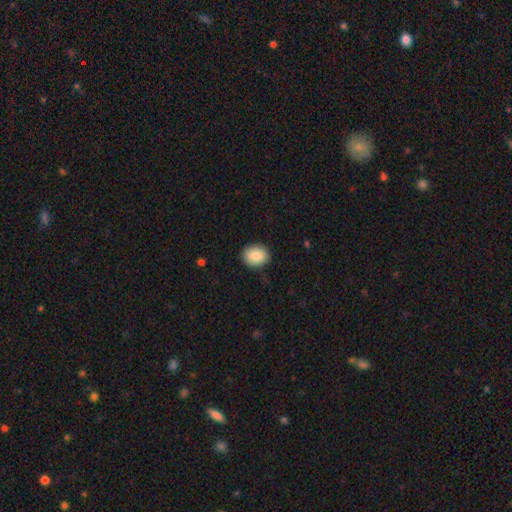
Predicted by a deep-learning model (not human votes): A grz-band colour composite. It shows a smooth galaxy with no disk features (87%) that is round (54%). Merging: none (90%).